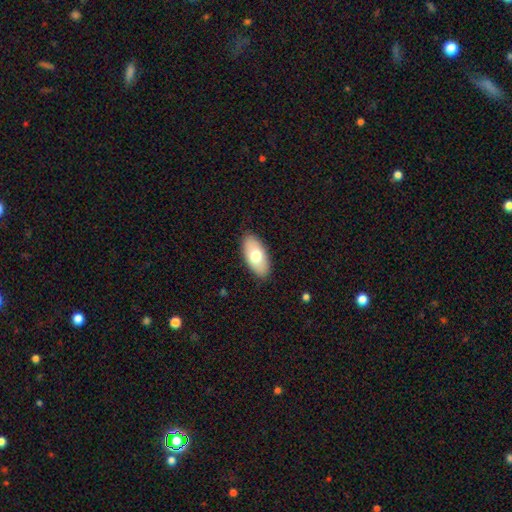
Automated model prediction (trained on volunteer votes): This appears to be a smooth galaxy with no disk features (70%) that is in between round and cigar-shaped (93%). Merging: none (87%).